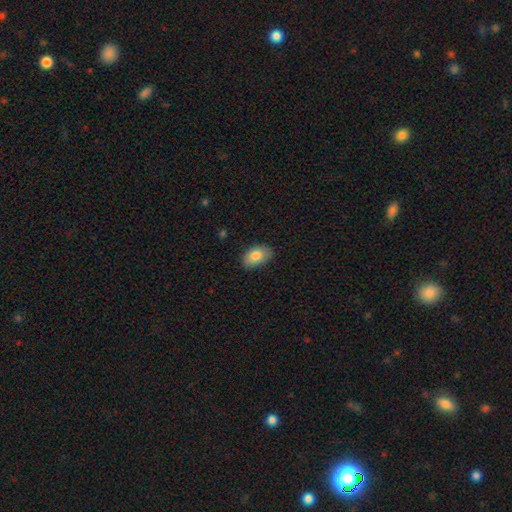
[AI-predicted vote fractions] Smooth or featured: smooth — 82% (featured or disk — 11%)
How rounded: in between — 90% (round — 9%)
Merging: none — 84% (minor disturbance — 13%)